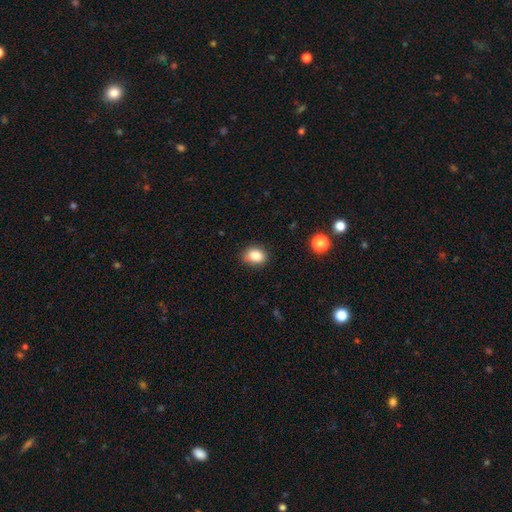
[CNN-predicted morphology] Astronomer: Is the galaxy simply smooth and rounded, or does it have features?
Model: smooth — 84%.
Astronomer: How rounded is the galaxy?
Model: in between — 62% (runner-up: round, 37%).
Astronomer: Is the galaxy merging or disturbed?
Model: none — 84%.